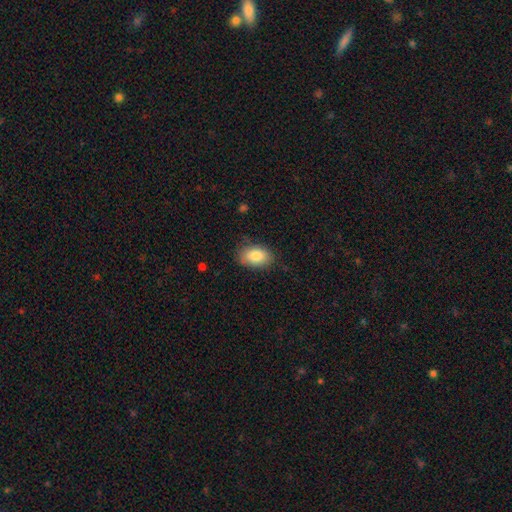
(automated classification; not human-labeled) Smooth or featured?
  - smooth: 86% *
  - featured or disk: 8%
  - star or artifact: 7%
How rounded?
  - in between: 90% *
  - round: 9%
  - cigar-shaped: 1%
Merging?
  - none: 79% *
  - minor disturbance: 17%
  - major disturbance: 4%
  - merger: 1%